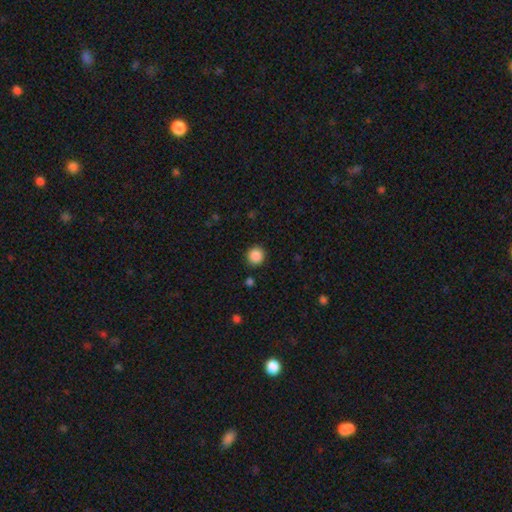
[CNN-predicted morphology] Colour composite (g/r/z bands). It shows a smooth galaxy with no disk features (88%) that is round (92%). Merging: none (90%).